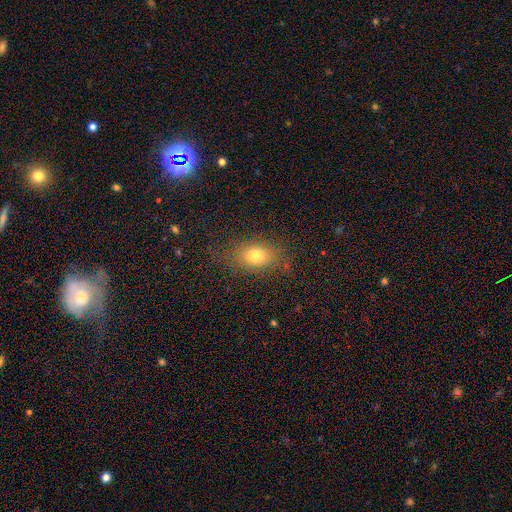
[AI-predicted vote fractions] Smooth or featured?
  - smooth: 76% *
  - star or artifact: 13%
  - featured or disk: 11%
How rounded?
  - in between: 77% *
  - round: 20%
  - cigar-shaped: 4%
Merging?
  - none: 78% *
  - minor disturbance: 14%
  - major disturbance: 6%
  - merger: 1%